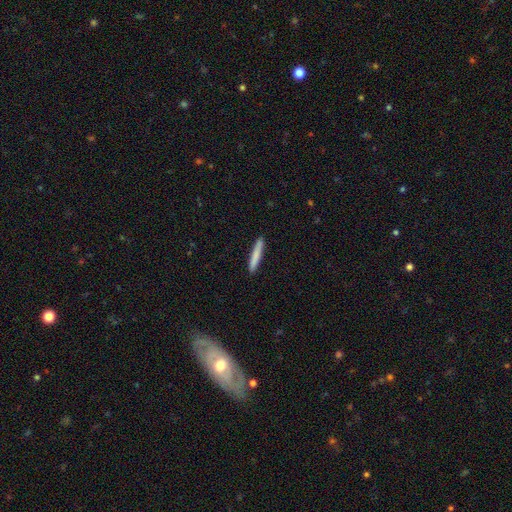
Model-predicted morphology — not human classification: Overall: smooth (81%). How rounded: cigar-shaped (95%). Merging: none (91%).